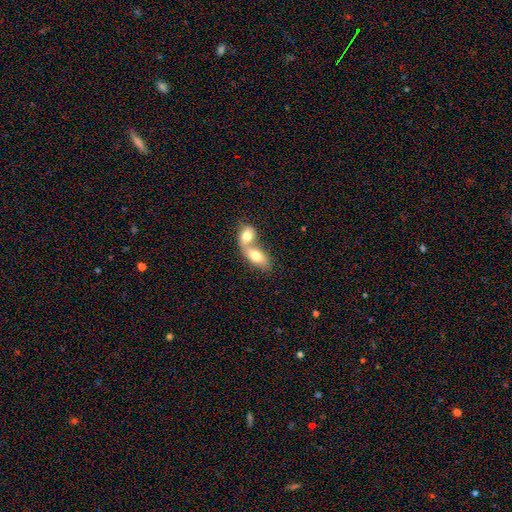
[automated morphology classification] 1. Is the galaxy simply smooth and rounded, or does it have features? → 74% smooth, 19% featured or disk, 6% star or artifact.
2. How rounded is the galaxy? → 85% in between, 11% round, 4% cigar-shaped.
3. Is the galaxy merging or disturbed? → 76% merger, 17% none, 5% minor disturbance, 3% major disturbance.